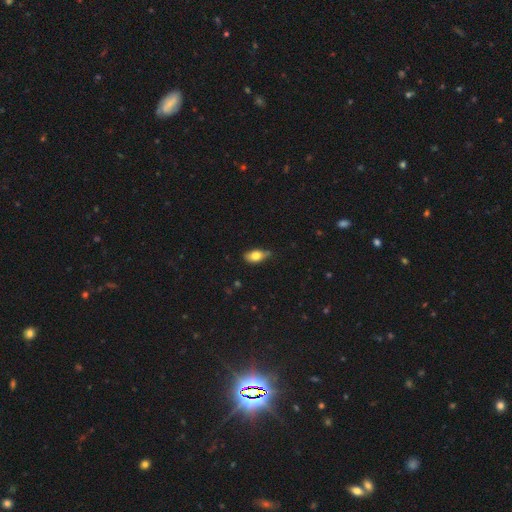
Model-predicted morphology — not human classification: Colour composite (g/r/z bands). It shows a smooth galaxy with no disk features (76%) that is in between round and cigar-shaped (87%). Merging: none (66%).